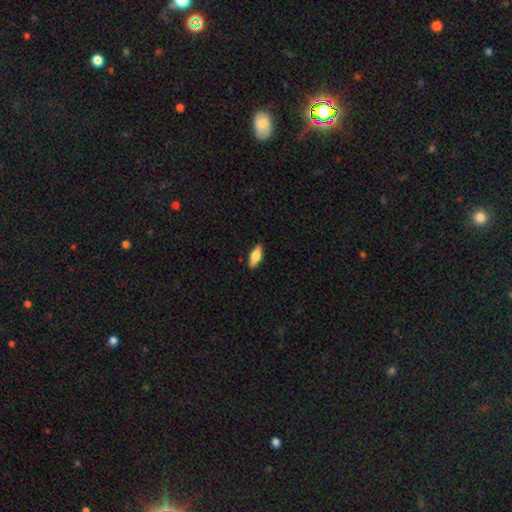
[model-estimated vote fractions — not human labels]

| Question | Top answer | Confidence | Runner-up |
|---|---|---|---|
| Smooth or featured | smooth | 68% | featured or disk (26%) |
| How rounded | in between | 76% | cigar-shaped (21%) |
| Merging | none | 88% | minor disturbance (9%) |